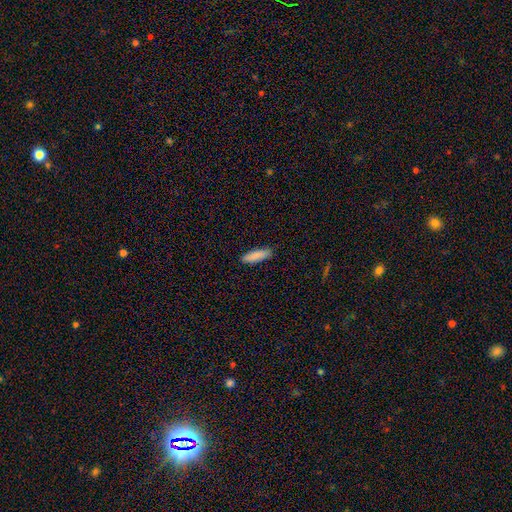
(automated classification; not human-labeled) Smooth or featured?
  - smooth: 88% *
  - featured or disk: 6%
  - star or artifact: 6%
How rounded?
  - cigar-shaped: 64% *
  - in between: 34%
  - round: 1%
Merging?
  - none: 88% *
  - minor disturbance: 9%
  - major disturbance: 2%
  - merger: 1%